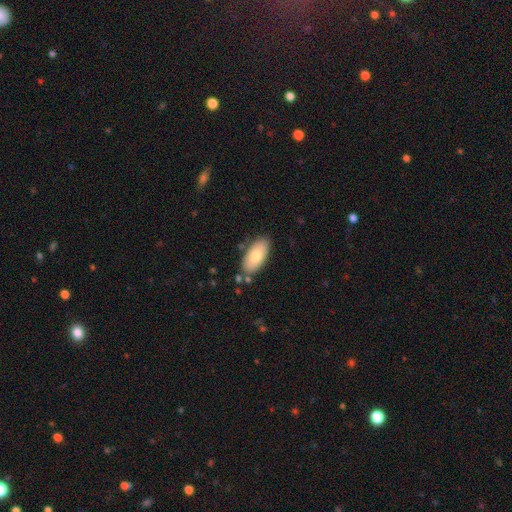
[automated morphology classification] smooth 75%, featured or disk 19%, star or artifact 6%. Down the decision tree: how rounded — in between (93%); merging — none (81%).